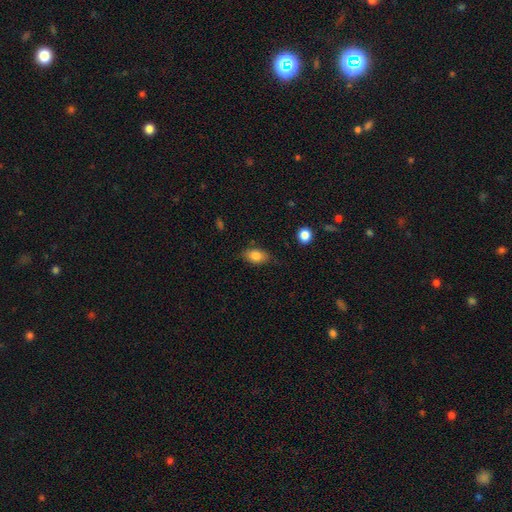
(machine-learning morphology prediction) A smooth galaxy with no disk features (81%) that is in between round and cigar-shaped (85%).

Vote fractions:
- Smooth or featured? smooth: 81% / featured or disk: 10% / star or artifact: 9%
- How rounded? in between: 85% / round: 13% / cigar-shaped: 3%
- Merging? none: 77% / minor disturbance: 18% / major disturbance: 4% / merger: 2%